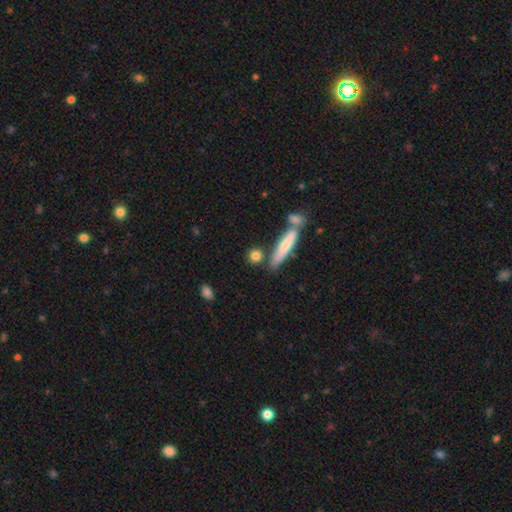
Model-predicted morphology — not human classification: smooth_or_featured: smooth (p=0.78) [alt: featured or disk p=0.14]
how_rounded: round (p=0.47) [alt: cigar-shaped p=0.33]
merging: none (p=0.68) [alt: merger p=0.15]